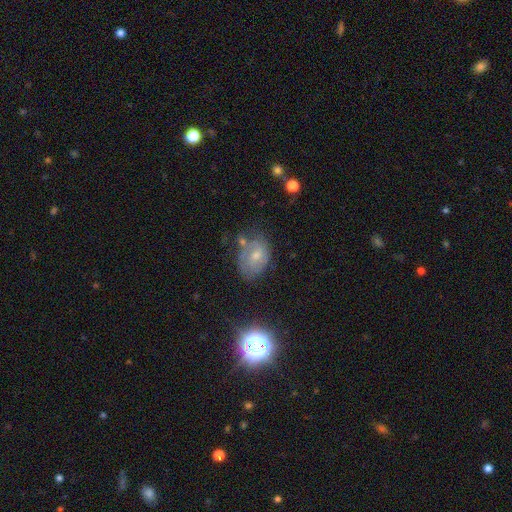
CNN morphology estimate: Smooth or featured: featured or disk — 47% (smooth — 39%)
Merging: none — 51% (minor disturbance — 28%)